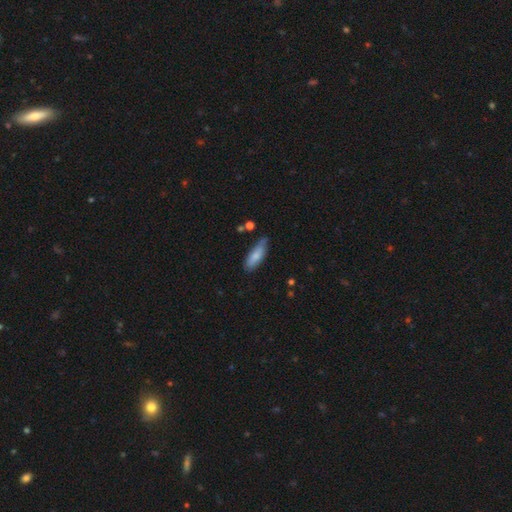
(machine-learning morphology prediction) This is likely a smooth galaxy (75%). How rounded: possibly in between (58%). Merging: likely none (64%).